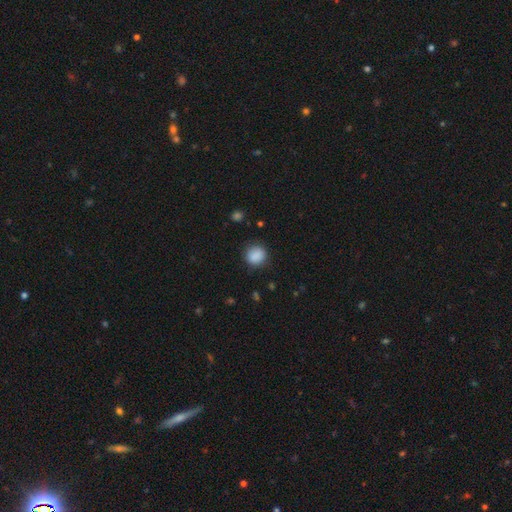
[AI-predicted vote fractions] Morphology: type=smooth (88%); roundness=round (82%); merging=none (83%).